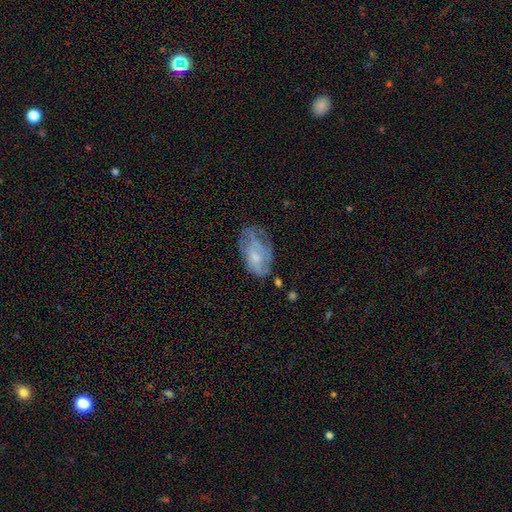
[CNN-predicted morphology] smooth-or-featured: featured or disk: 50% | smooth: 42% | star or artifact: 8%
  merging: none: 46% | minor disturbance: 31% | major disturbance: 20% | merger: 3%